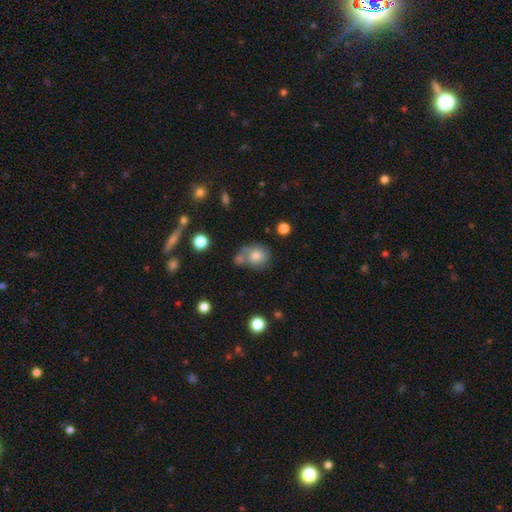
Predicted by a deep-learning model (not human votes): The model was most divided on "merging": none: 40%, merger: 32%, minor disturbance: 18%, major disturbance: 10%. More confident: smooth or featured — smooth (71%); how rounded — round (68%).